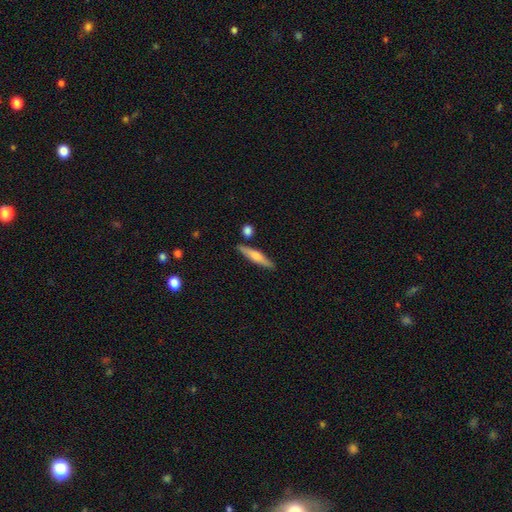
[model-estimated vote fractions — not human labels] Smooth or featured?
  - smooth: 49% *
  - featured or disk: 45%
  - star or artifact: 6%
Merging?
  - none: 84% *
  - minor disturbance: 9%
  - merger: 5%
  - major disturbance: 2%